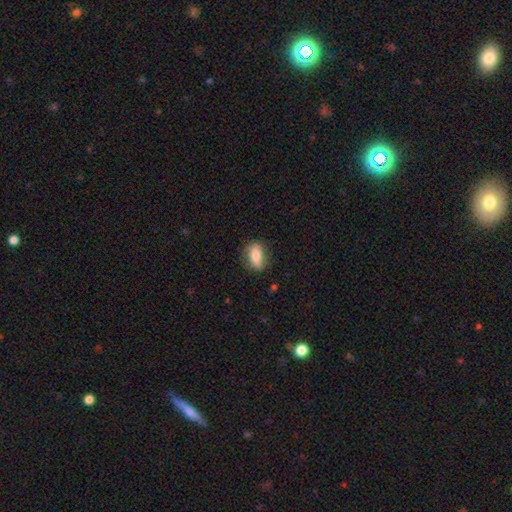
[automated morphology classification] smooth_or_featured: smooth (p=0.71) [alt: featured or disk p=0.22]
how_rounded: in between (p=0.78) [alt: round p=0.14]
merging: none (p=0.79) [alt: minor disturbance p=0.16]